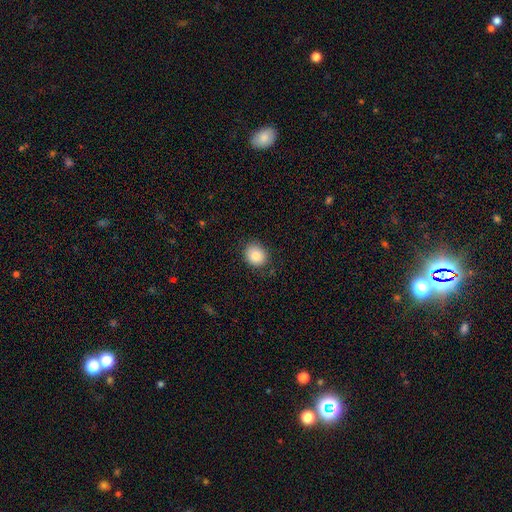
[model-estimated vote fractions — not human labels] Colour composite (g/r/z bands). It shows a smooth galaxy with no disk features (84%) that is round (75%). Merging: none (85%).